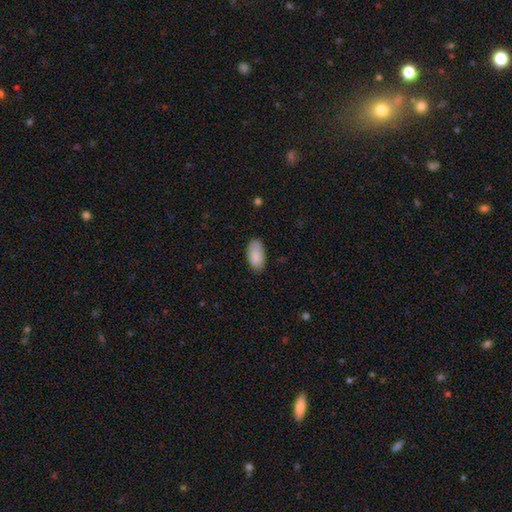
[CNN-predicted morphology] smooth-or-featured: smooth: 85% | featured or disk: 9% | star or artifact: 6%
  how-rounded: in between: 95% | cigar-shaped: 3% | round: 2%
  merging: none: 81% | minor disturbance: 16% | major disturbance: 3% | merger: 1%